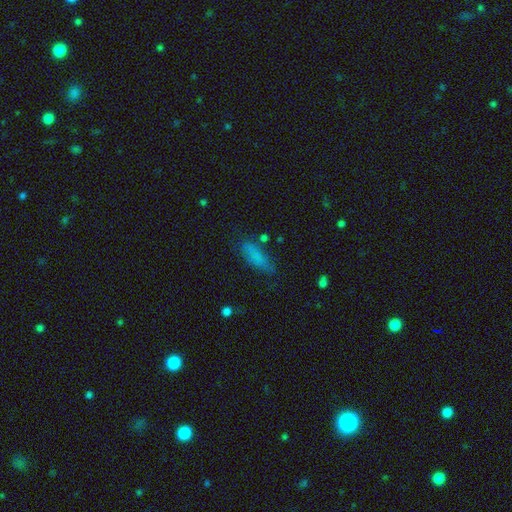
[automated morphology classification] smooth-or-featured: smooth: 78% | featured or disk: 12% | star or artifact: 10%
  how-rounded: in between: 53% | cigar-shaped: 44% | round: 3%
  merging: none: 70% | minor disturbance: 19% | major disturbance: 7% | merger: 4%